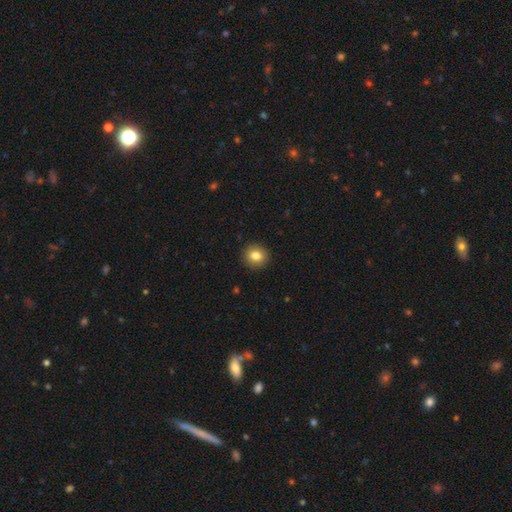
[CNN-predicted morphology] Smooth or featured: smooth — 82% (star or artifact — 10%)
How rounded: round — 84% (in between — 15%)
Merging: none — 92% (minor disturbance — 5%)